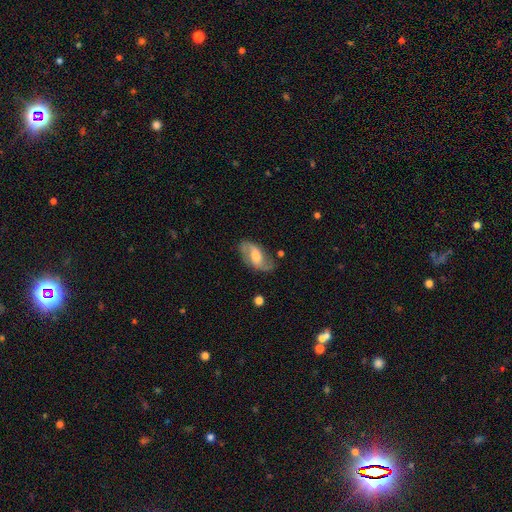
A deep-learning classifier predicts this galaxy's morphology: This appears to be a featured or disk galaxy (74%) with a weak bar (50%), 2 (90%) loose (48%) spiral arms (92%) and a moderate central bulge (50%). Merging: none (75%).